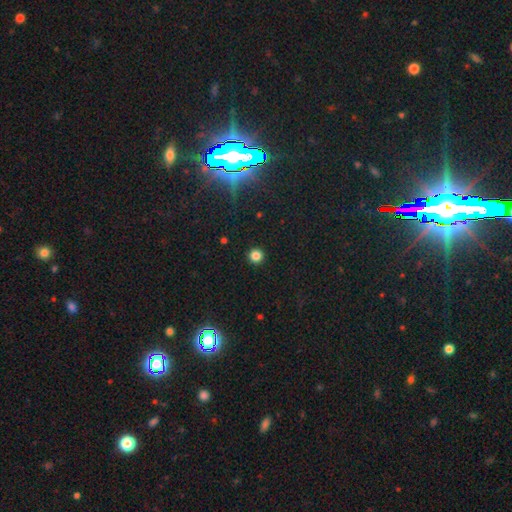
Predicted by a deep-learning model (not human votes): This appears to be a smooth galaxy with no disk features (83%) that is round (96%). Merging: none (93%).